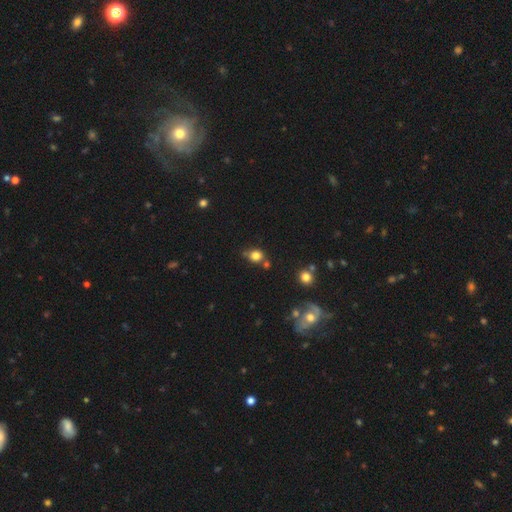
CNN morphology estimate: Overall: smooth (80%). How rounded: round (65%; in between 34%). Merging: none (62%).